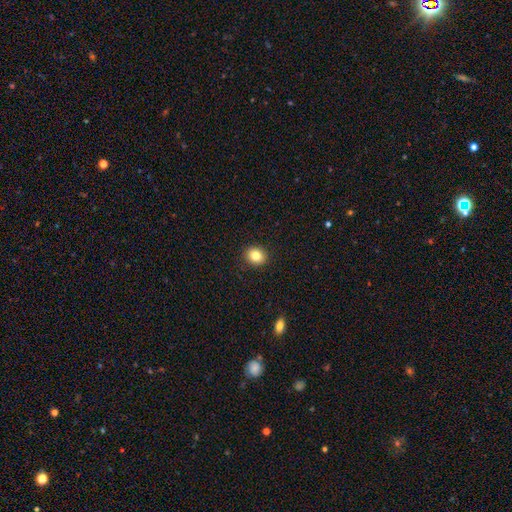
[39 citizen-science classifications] Smooth or featured?
  - smooth: 92% *
  - star or artifact: 8%
  - featured or disk: 0%
How rounded?
  - round: 67% *
  - in between: 31%
  - cigar-shaped: 3%
Merging?
  - none: 89% *
  - minor disturbance: 11%
  - major disturbance: 0%
  - merger: 0%